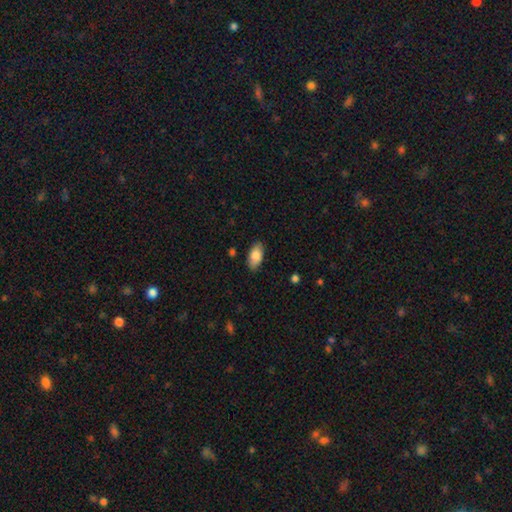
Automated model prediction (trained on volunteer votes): Q: Smooth or featured?
A: smooth (83%); runner-up: featured or disk (10%)
Q: How rounded?
A: in between (92%); runner-up: cigar-shaped (5%)
Q: Merging?
A: none (86%); runner-up: minor disturbance (11%)